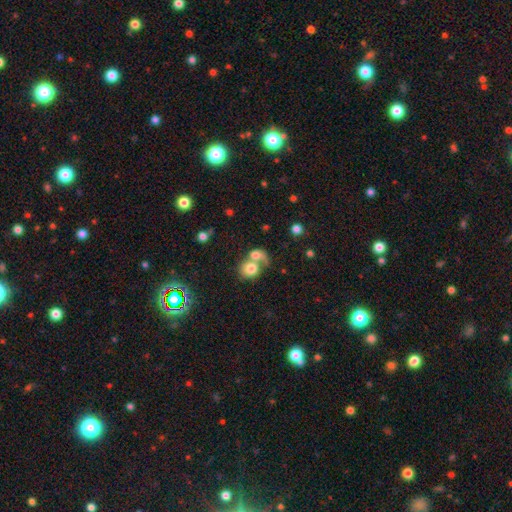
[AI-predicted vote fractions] Morphology: type=smooth (70%); roundness=round (63%); merging=merger (68%).